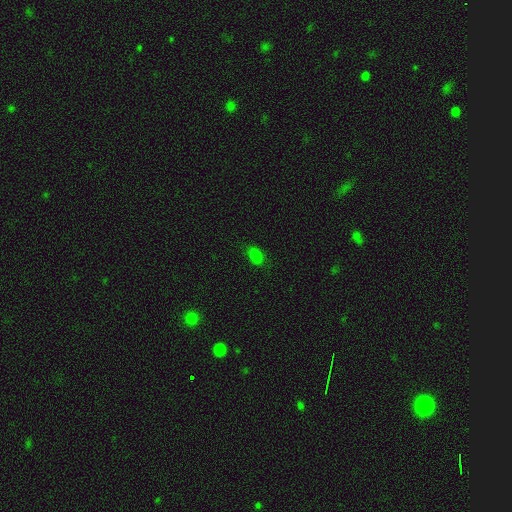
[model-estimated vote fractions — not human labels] Smooth or featured? smooth (81%)
How rounded? in between (90%)
Merging? none (82%)